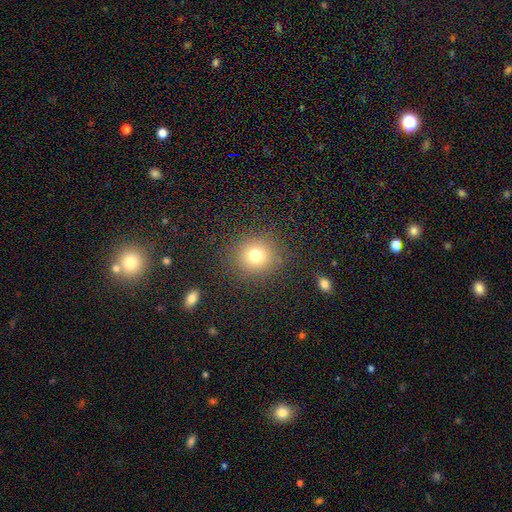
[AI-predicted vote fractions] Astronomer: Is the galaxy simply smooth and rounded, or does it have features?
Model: smooth — 75%.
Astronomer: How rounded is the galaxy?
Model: round — 91%.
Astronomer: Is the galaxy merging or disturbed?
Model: none — 87%.